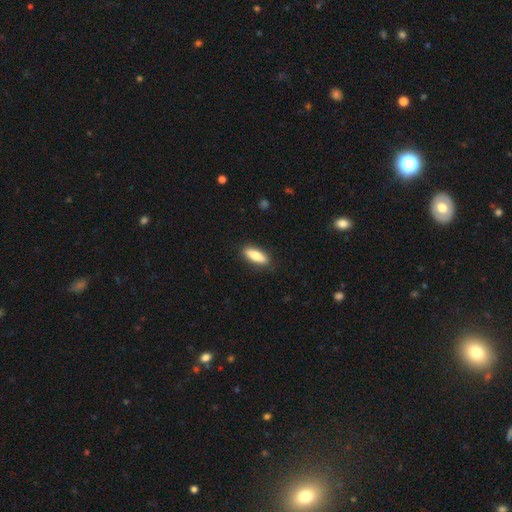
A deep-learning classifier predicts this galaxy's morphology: Smooth or featured? Predicted: smooth (p=0.78). How rounded? Predicted: in between (p=0.57). Merging? Predicted: none (p=0.87).